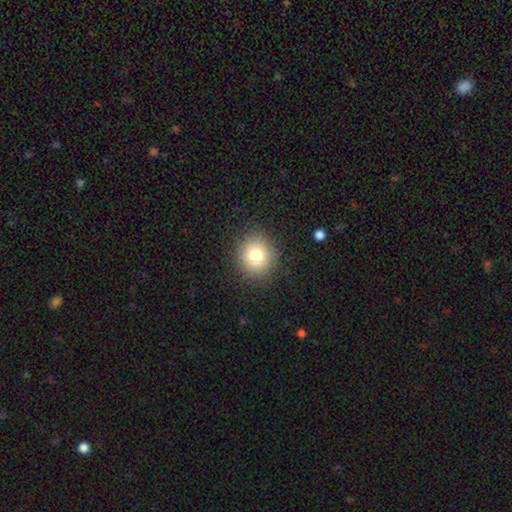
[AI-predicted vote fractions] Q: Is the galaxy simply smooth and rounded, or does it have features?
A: smooth — 78%.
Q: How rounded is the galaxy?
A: round — 88%.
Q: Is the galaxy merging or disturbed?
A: none — 89%.